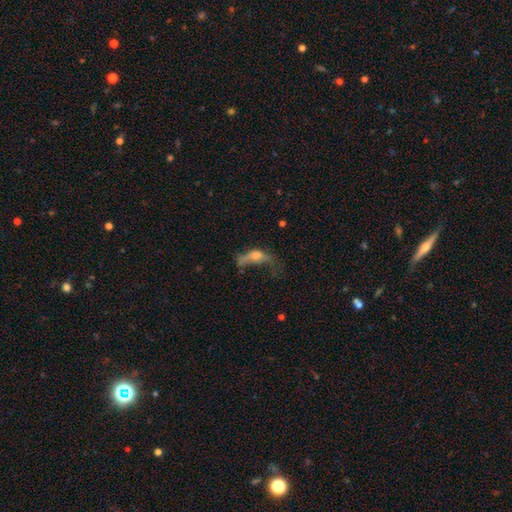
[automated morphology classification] smooth-or-featured: smooth: 43% | featured or disk: 42% | star or artifact: 14%
  merging: major disturbance: 57% | none: 20% | minor disturbance: 17% | merger: 7%